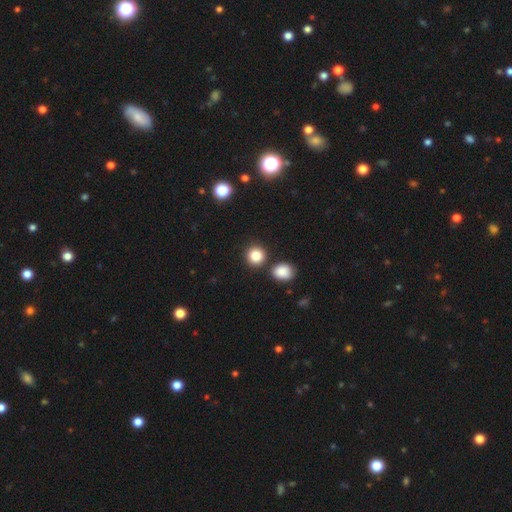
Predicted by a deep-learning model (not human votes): This appears to be a smooth galaxy with no disk features (85%) that is round (89%). Merging: none (81%).